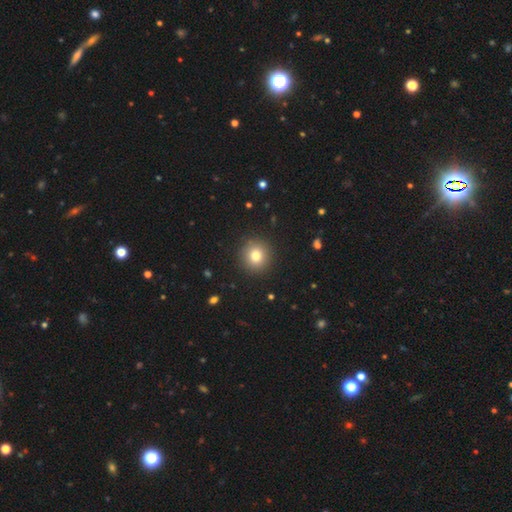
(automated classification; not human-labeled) Smooth or featured?
  - smooth: 79% *
  - star or artifact: 12%
  - featured or disk: 9%
How rounded?
  - round: 92% *
  - in between: 7%
  - cigar-shaped: 1%
Merging?
  - none: 92% *
  - minor disturbance: 5%
  - major disturbance: 2%
  - merger: 1%